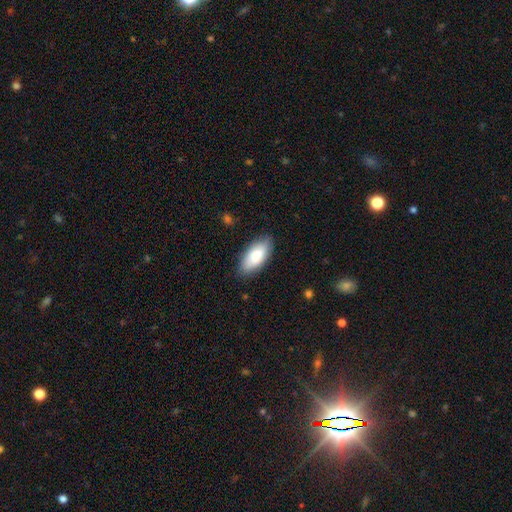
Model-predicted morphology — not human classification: smooth 79%, featured or disk 15%, star or artifact 6%. Down the decision tree: how rounded — in between (90%); merging — none (85%).